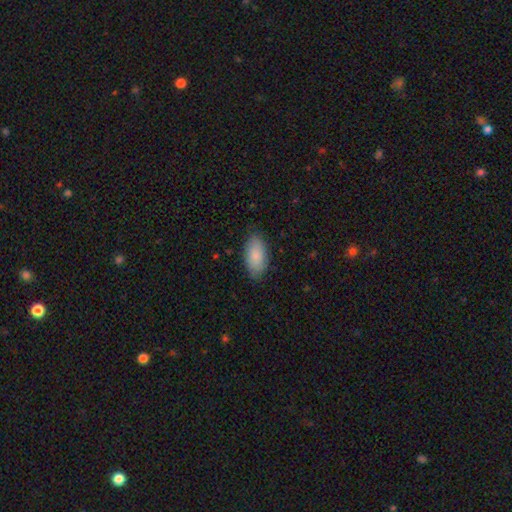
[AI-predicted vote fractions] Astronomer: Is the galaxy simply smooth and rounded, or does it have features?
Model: smooth — 86%.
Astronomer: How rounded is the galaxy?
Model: in between — 94%.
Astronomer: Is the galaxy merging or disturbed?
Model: none — 84%.